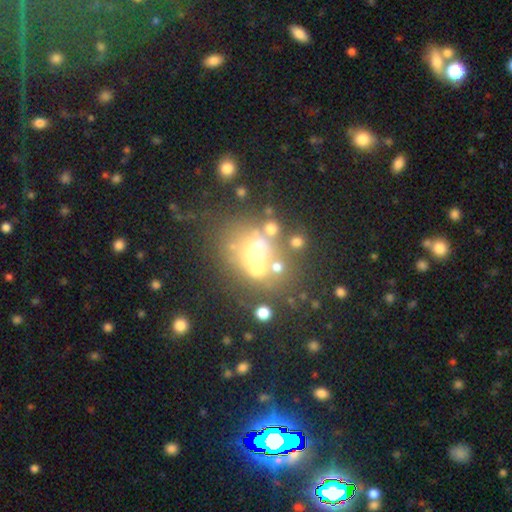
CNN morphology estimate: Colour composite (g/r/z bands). It shows a featured or disk galaxy (43%). Merging: none (44%).